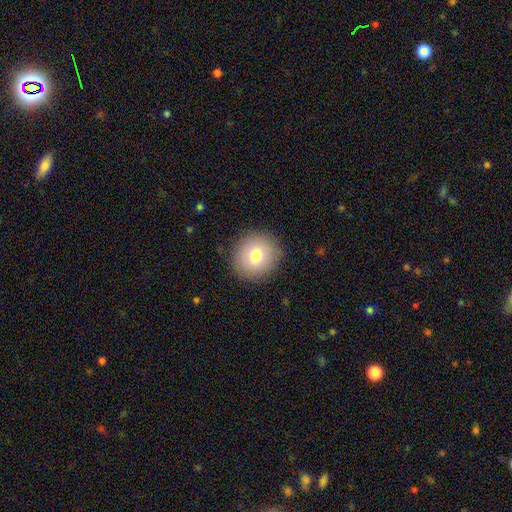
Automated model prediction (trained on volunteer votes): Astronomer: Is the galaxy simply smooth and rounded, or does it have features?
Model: smooth — 77%.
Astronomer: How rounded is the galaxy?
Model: round — 89%.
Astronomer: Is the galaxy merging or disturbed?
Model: none — 89%.